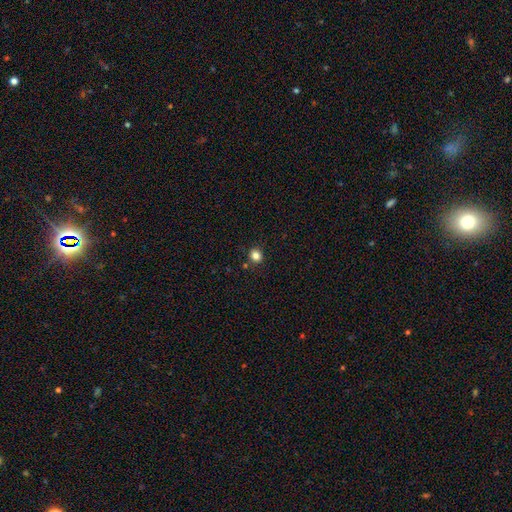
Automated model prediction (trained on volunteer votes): smooth-or-featured: smooth: 83% | star or artifact: 13% | featured or disk: 5%
  how-rounded: round: 85% | in between: 15% | cigar-shaped: 1%
  merging: none: 87% | minor disturbance: 8% | merger: 3% | major disturbance: 2%